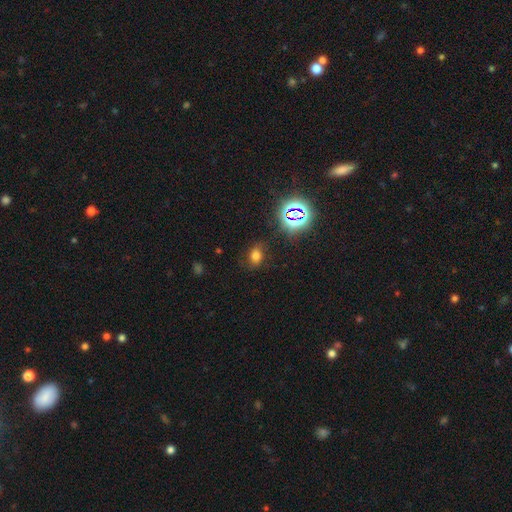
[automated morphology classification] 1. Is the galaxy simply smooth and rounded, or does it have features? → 64% smooth, 27% star or artifact, 8% featured or disk.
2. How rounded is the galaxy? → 66% in between, 33% round, 1% cigar-shaped.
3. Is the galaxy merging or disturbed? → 74% none, 17% minor disturbance, 7% major disturbance, 2% merger.